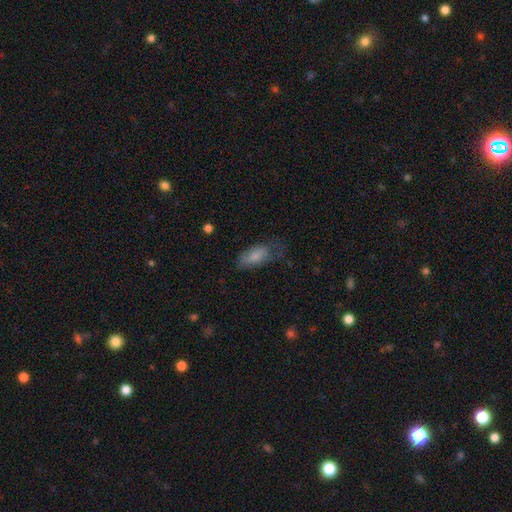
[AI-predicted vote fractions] Morphology: type=smooth (77%); roundness=in between (85%); merging=none (46%).